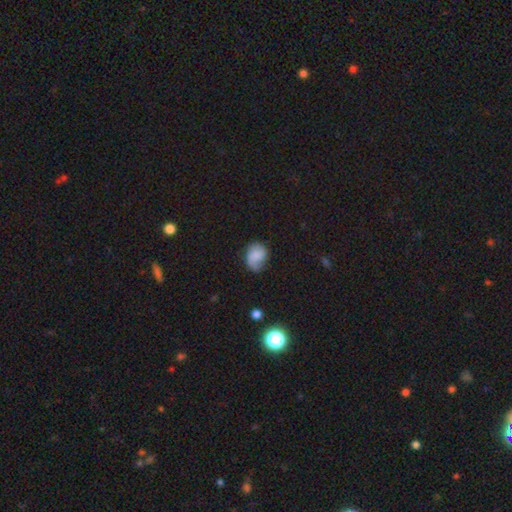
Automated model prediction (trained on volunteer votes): smooth 61%, featured or disk 31%, star or artifact 9%. Down the decision tree: how rounded — in between (53%); merging — none (53%).